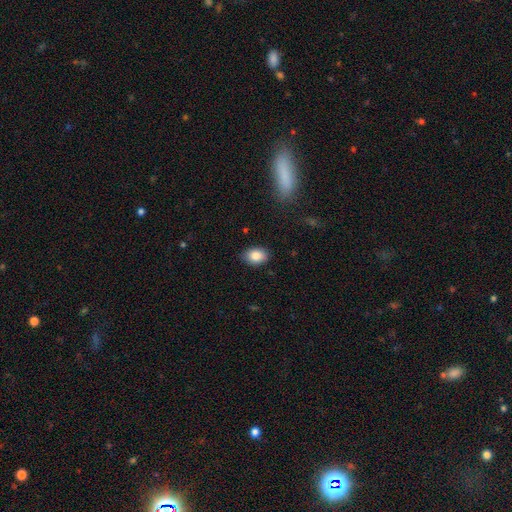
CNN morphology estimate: This is clearly a smooth galaxy (84%). How rounded: likely in between (77%). Merging: clearly none (86%).